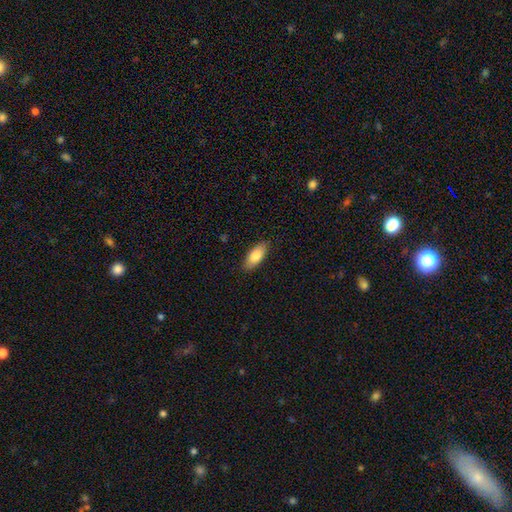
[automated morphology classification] Smooth or featured: smooth — 84% (featured or disk — 10%)
How rounded: in between — 83% (cigar-shaped — 15%)
Merging: none — 87% (minor disturbance — 10%)